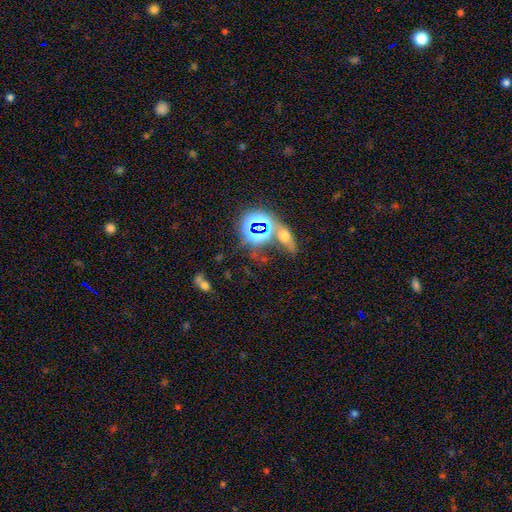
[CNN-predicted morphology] type=star or artifact (71%).